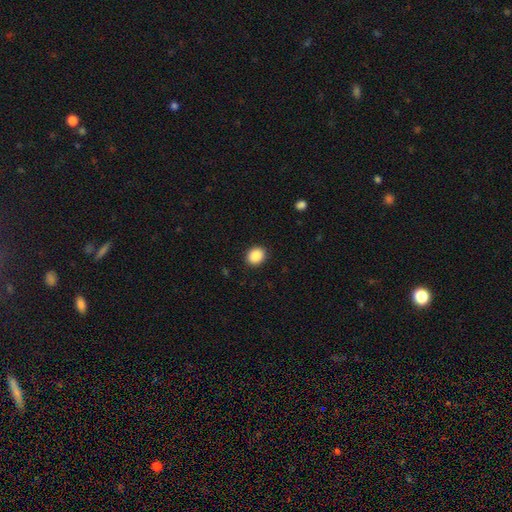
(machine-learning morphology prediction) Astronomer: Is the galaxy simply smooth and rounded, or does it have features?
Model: smooth — 89%.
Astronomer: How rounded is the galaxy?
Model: round — 69%.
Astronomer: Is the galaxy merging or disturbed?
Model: none — 91%.